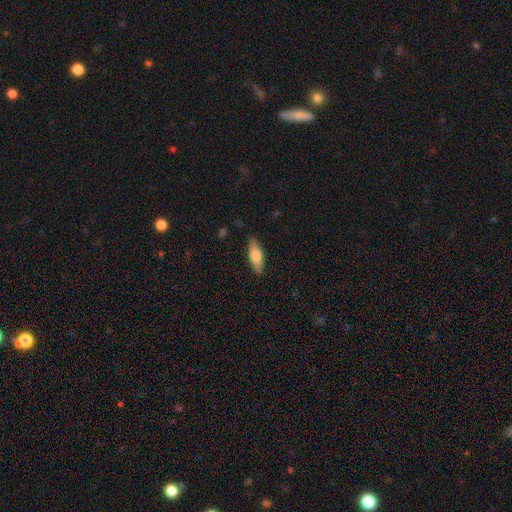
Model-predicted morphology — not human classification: A smooth galaxy with no disk features (65%) that is in between round and cigar-shaped (57%). Merging: none (87%).